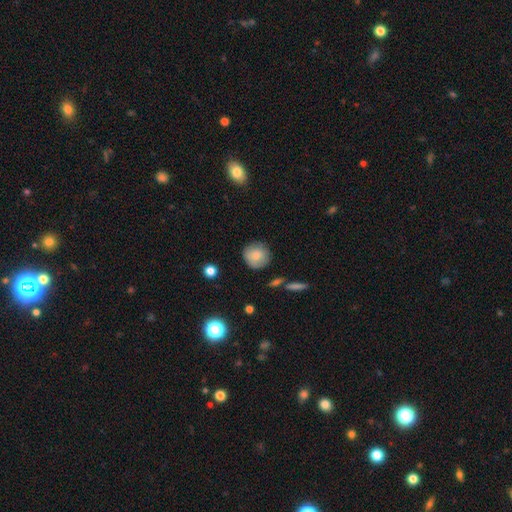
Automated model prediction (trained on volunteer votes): smooth-or-featured: smooth: 82% | featured or disk: 11% | star or artifact: 8%
  how-rounded: round: 91% | in between: 8% | cigar-shaped: 1%
  merging: none: 81% | minor disturbance: 13% | major disturbance: 3% | merger: 2%